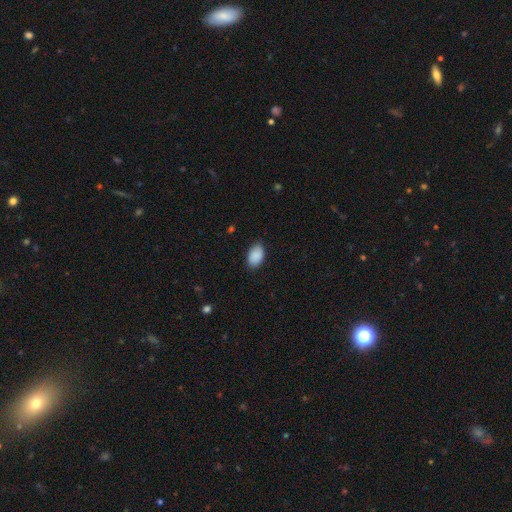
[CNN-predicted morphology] Overall: smooth (90%). How rounded: in between (91%). Merging: none (85%).